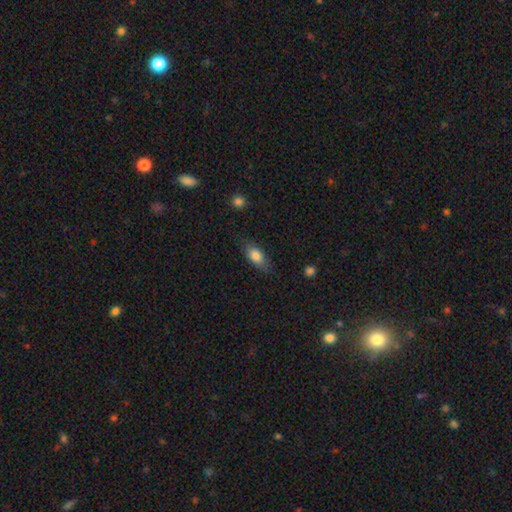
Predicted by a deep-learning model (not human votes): Overall: smooth (77%). How rounded: in between (81%). Merging: none (77%).